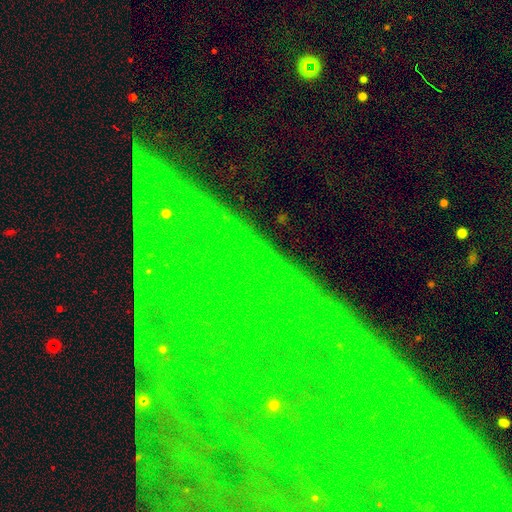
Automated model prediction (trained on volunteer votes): A star or artifact, not a galaxy (83%).